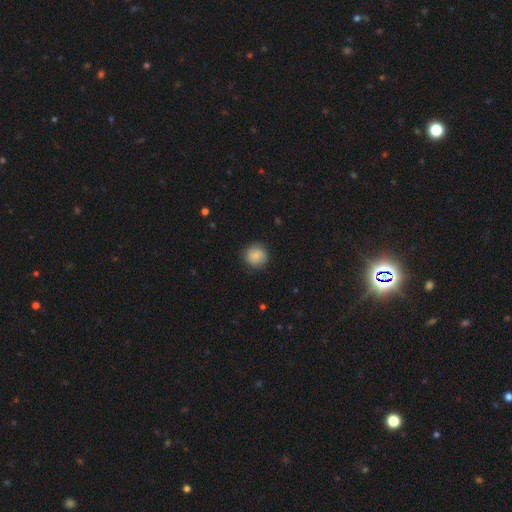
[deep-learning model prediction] Smooth or featured: smooth — 86% (star or artifact — 8%)
How rounded: round — 93% (in between — 7%)
Merging: none — 86% (minor disturbance — 10%)